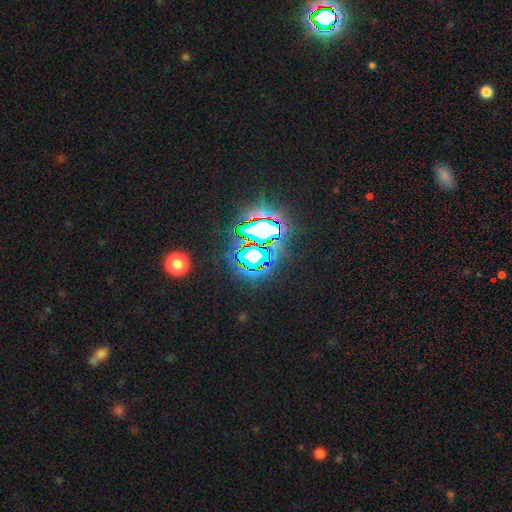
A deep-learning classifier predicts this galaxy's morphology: A star or artifact, not a galaxy (81%).

Vote fractions:
- Smooth or featured? star or artifact: 81% / smooth: 12% / featured or disk: 7%